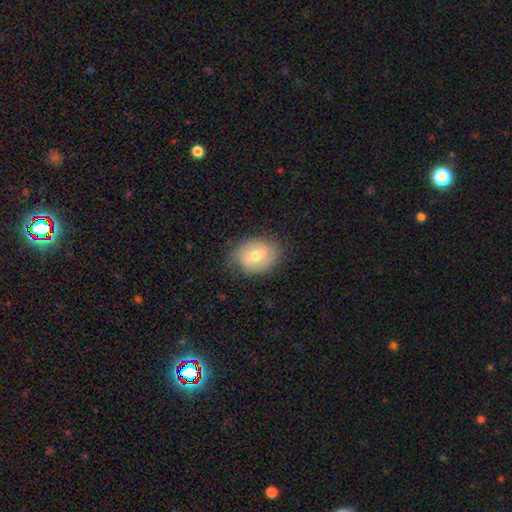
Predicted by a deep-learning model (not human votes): This appears to be a smooth galaxy with no disk features (52%) that is in between round and cigar-shaped (58%). Merging: none (76%).